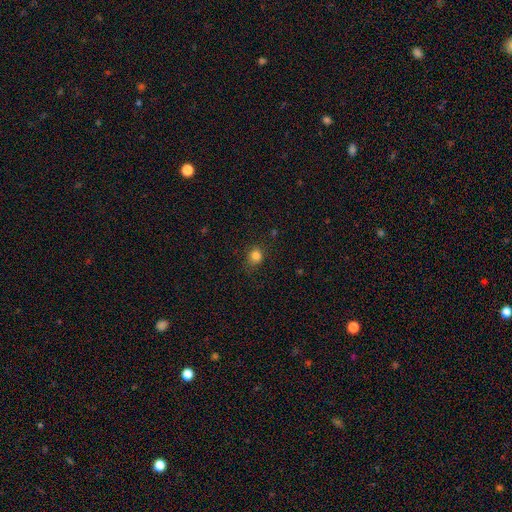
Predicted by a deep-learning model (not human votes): smooth_or_featured: smooth (p=0.83) [alt: star or artifact p=0.12]
how_rounded: round (p=0.74) [alt: in between p=0.25]
merging: none (p=0.79) [alt: minor disturbance p=0.15]